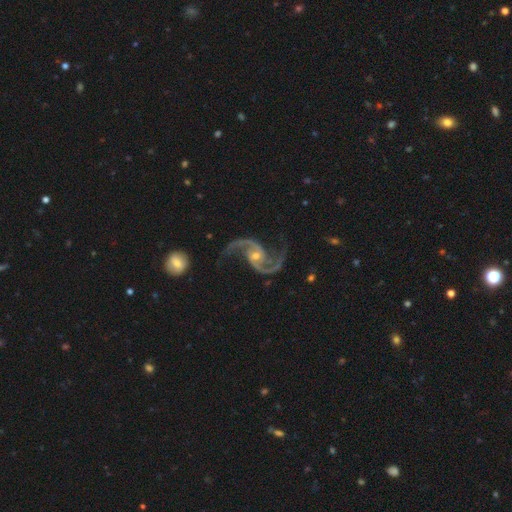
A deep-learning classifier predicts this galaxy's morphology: Smooth or featured? Predicted: featured or disk (p=0.94). Edge-on disk? Predicted: no (p=0.98). Bar? Predicted: no (p=0.55). Spiral arms? Predicted: yes (p=0.98). Spiral winding? Predicted: loose (p=0.56). Spiral arm count? Predicted: 2 (p=0.94). Bulge size? Predicted: small (p=0.51). Merging? Predicted: none (p=0.75).